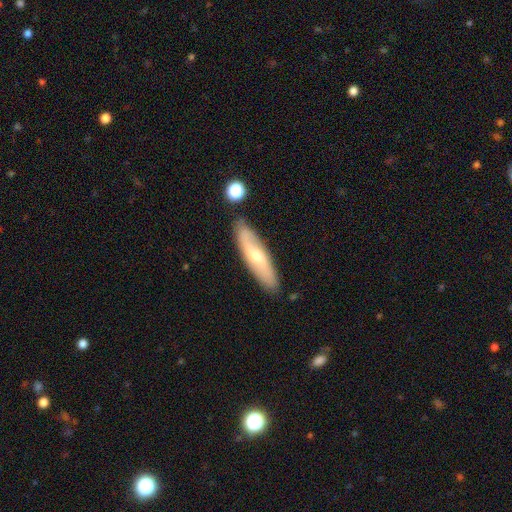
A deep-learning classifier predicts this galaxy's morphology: A featured or disk galaxy (54%).

Vote fractions:
- Smooth or featured? featured or disk: 54% / smooth: 40% / star or artifact: 6%
- Edge-on disk? no: 64% / yes: 36%
- Merging? none: 83% / minor disturbance: 12% / merger: 3% / major disturbance: 2%